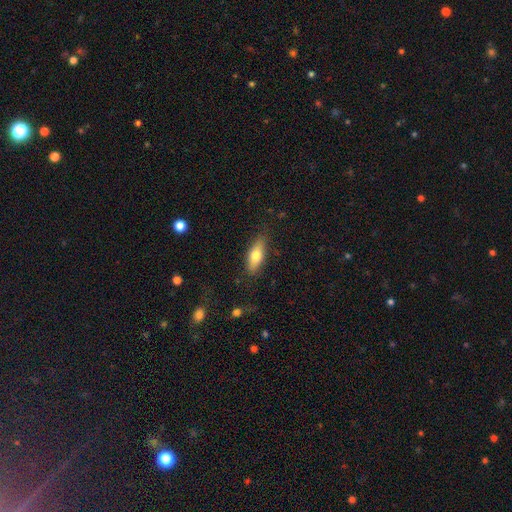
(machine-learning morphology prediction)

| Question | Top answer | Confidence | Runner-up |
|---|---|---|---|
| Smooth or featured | smooth | 68% | featured or disk (25%) |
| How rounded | in between | 67% | cigar-shaped (30%) |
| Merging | none | 82% | minor disturbance (14%) |